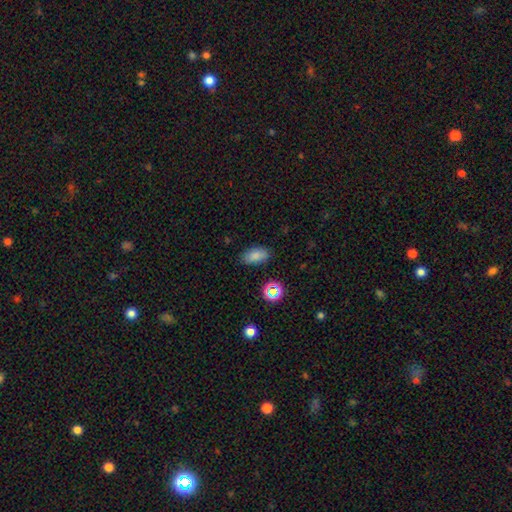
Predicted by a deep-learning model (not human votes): Overall: smooth (81%). How rounded: in between (89%). Merging: none (80%).